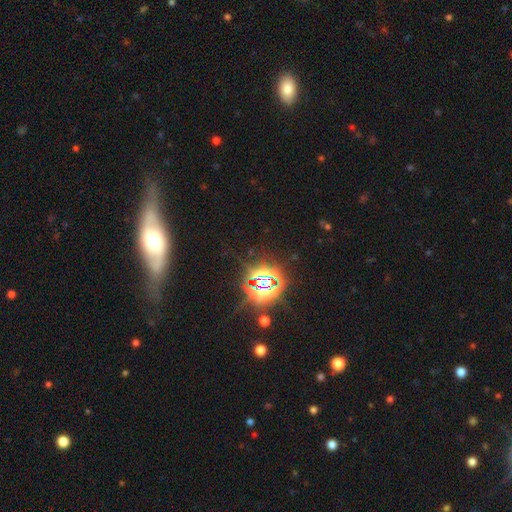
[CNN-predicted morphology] A featured or disk galaxy (58%) viewed edge-on (78%). Merging: none (79%).